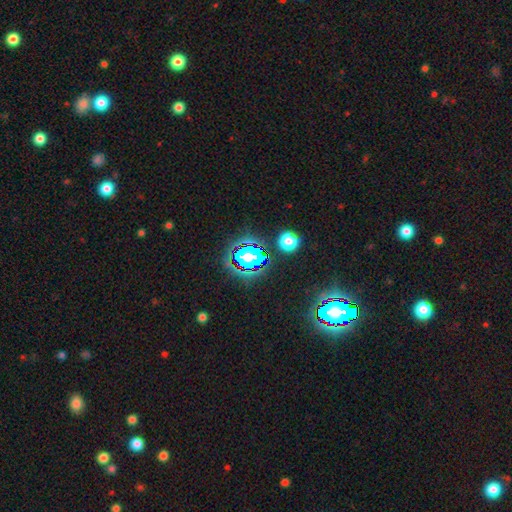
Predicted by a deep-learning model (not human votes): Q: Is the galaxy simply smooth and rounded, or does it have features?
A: star or artifact — 61%.